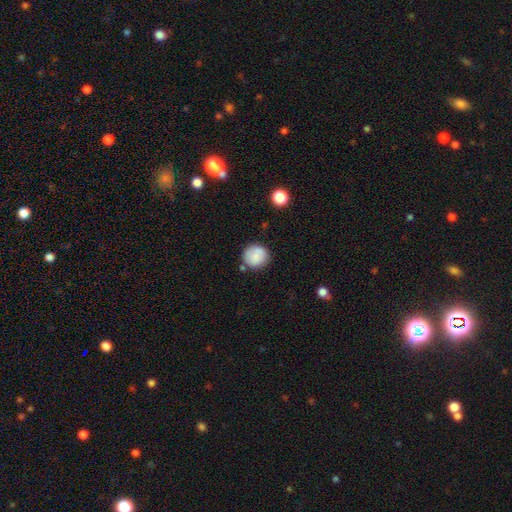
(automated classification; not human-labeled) Q: Smooth or featured?
A: smooth (82%); runner-up: featured or disk (10%)
Q: How rounded?
A: round (89%); runner-up: in between (10%)
Q: Merging?
A: none (75%); runner-up: minor disturbance (15%)